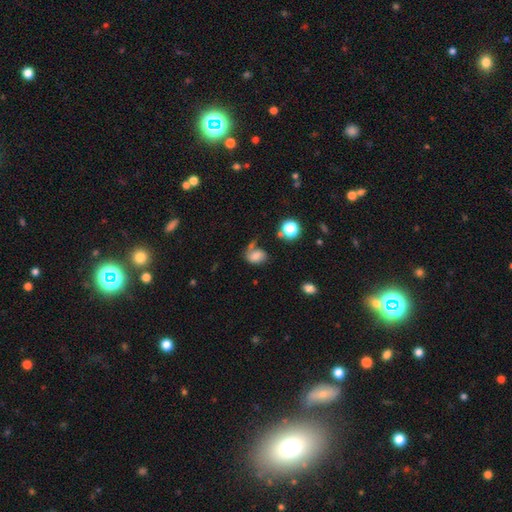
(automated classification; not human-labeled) The model was most divided on "merging": none: 40%, major disturbance: 22%, minor disturbance: 21%, merger: 18%. More confident: how rounded — in between (72%); smooth or featured — smooth (64%).